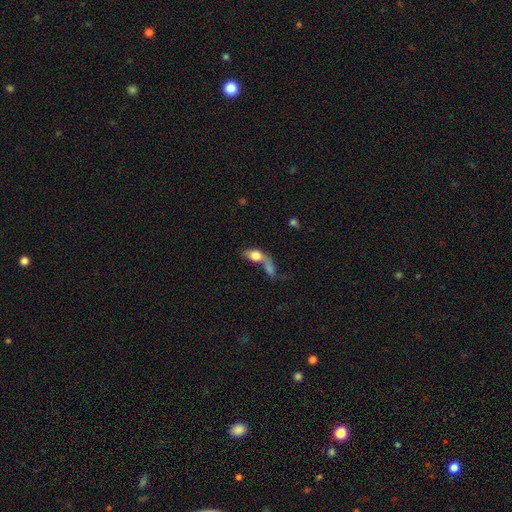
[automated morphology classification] Smooth or featured? smooth (69%)
How rounded? in between (76%)
Merging? merger (62%)